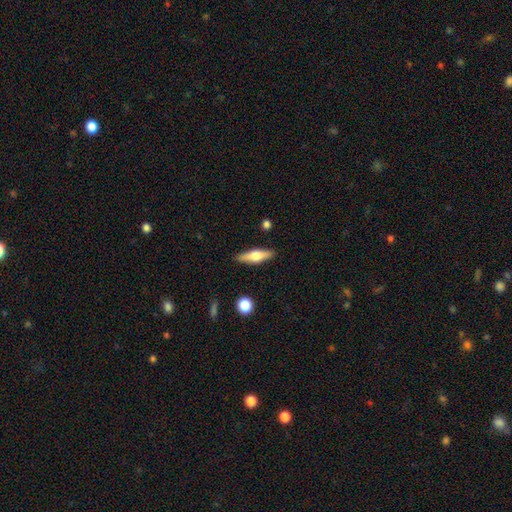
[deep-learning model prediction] The model was most divided on "smooth or featured": smooth: 51%, featured or disk: 43%, star or artifact: 6%. More confident: merging — none (87%); how rounded — cigar-shaped (58%).